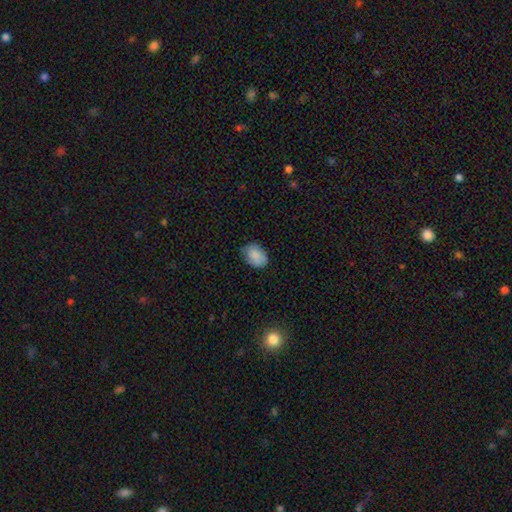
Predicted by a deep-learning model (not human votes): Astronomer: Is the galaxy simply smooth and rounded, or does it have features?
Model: smooth — 86%.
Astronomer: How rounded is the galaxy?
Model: in between — 77%.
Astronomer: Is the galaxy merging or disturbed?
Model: none — 74%.